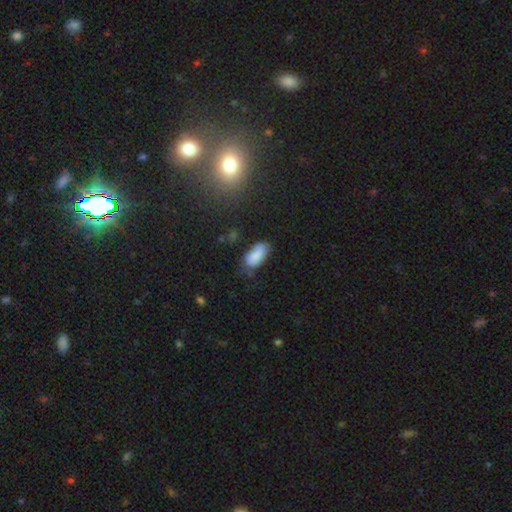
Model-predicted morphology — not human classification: Smooth or featured?
  - smooth: 82% *
  - featured or disk: 11%
  - star or artifact: 8%
How rounded?
  - in between: 90% *
  - cigar-shaped: 7%
  - round: 2%
Merging?
  - none: 58% *
  - minor disturbance: 30%
  - major disturbance: 8%
  - merger: 4%